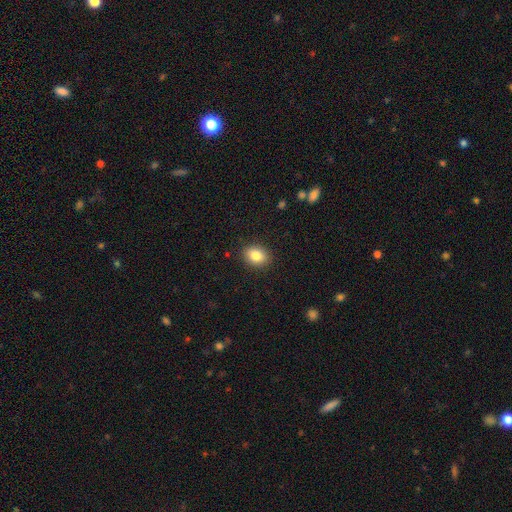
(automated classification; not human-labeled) smooth 84%, star or artifact 9%, featured or disk 7%. Down the decision tree: how rounded — in between (64%); merging — none (89%).